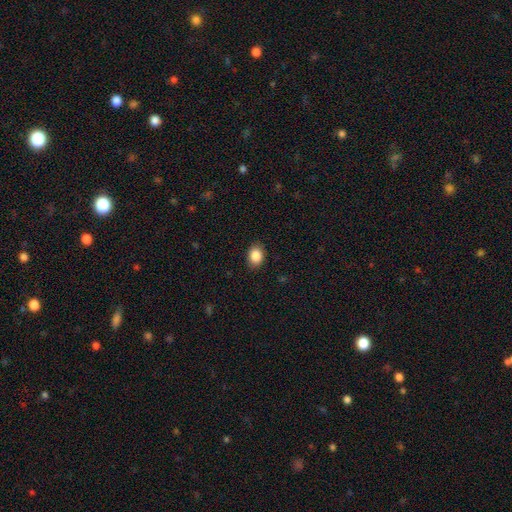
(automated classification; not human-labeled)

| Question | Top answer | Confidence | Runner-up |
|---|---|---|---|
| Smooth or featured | smooth | 88% | star or artifact (8%) |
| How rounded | in between | 66% | round (33%) |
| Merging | none | 88% | minor disturbance (9%) |